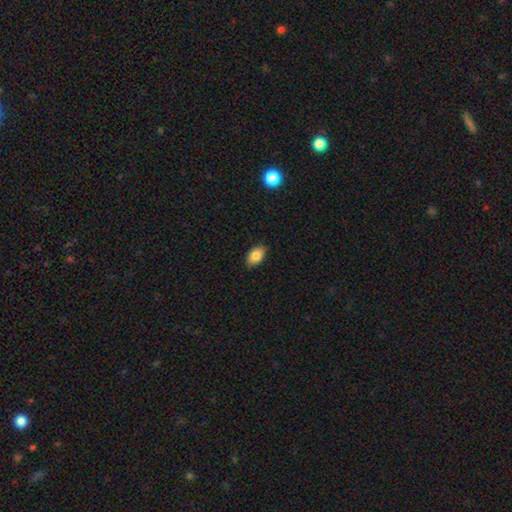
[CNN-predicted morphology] A smooth galaxy with no disk features (85%) that is in between round and cigar-shaped (92%).

Vote fractions:
- Smooth or featured? smooth: 85% / star or artifact: 8% / featured or disk: 7%
- How rounded? in between: 92% / round: 6% / cigar-shaped: 2%
- Merging? none: 87% / minor disturbance: 10% / major disturbance: 2% / merger: 1%